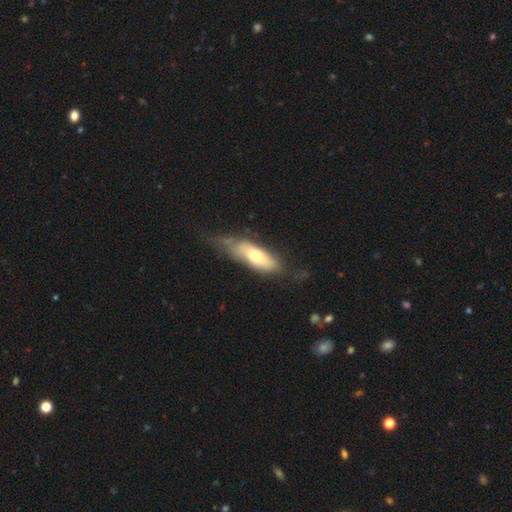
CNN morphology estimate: The model was most divided on "merging": none: 44%, minor disturbance: 34%, major disturbance: 20%, merger: 3%. More confident: how rounded — in between (60%); smooth or featured — smooth (56%).